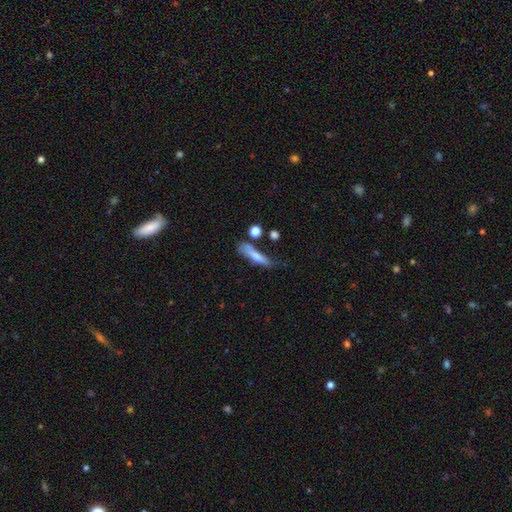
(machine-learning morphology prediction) The model was most divided on "merging": none: 45%, minor disturbance: 28%, major disturbance: 17%, merger: 11%. More confident: how rounded — cigar-shaped (77%); smooth or featured — smooth (69%).